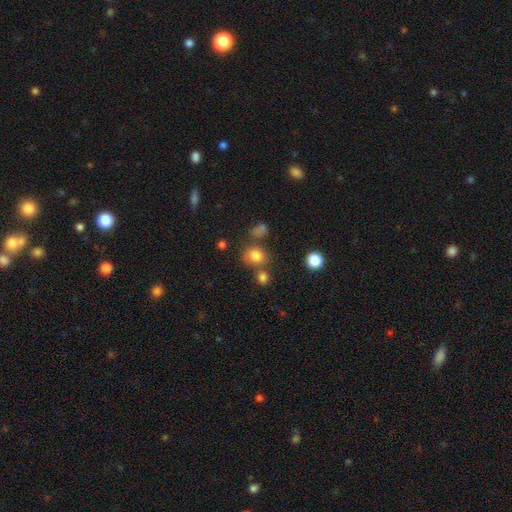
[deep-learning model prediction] Smooth or featured: smooth — 79% (star or artifact — 14%)
How rounded: round — 67% (in between — 32%)
Merging: none — 64% (merger — 17%)